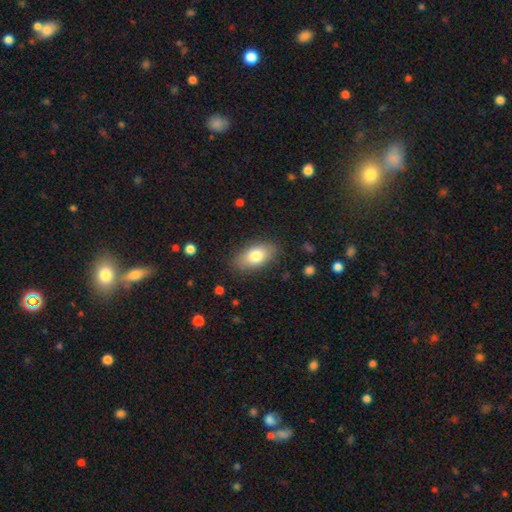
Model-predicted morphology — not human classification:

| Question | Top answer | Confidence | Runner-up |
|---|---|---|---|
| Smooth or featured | smooth | 78% | featured or disk (15%) |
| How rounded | in between | 90% | round (6%) |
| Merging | none | 84% | minor disturbance (12%) |